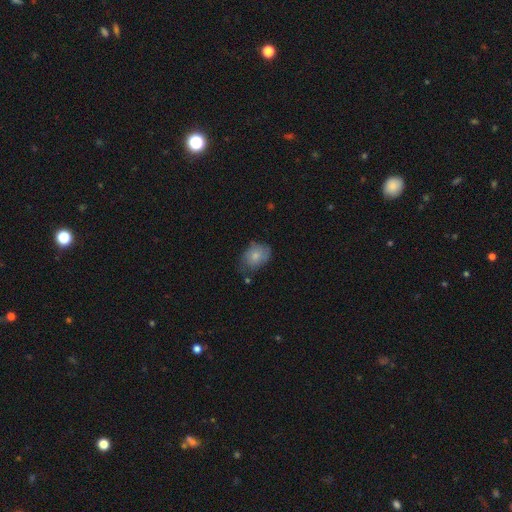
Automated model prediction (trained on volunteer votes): smooth_or_featured: smooth (p=0.76) [alt: featured or disk p=0.16]
how_rounded: in between (p=0.70) [alt: round p=0.29]
merging: none (p=0.56) [alt: minor disturbance p=0.32]